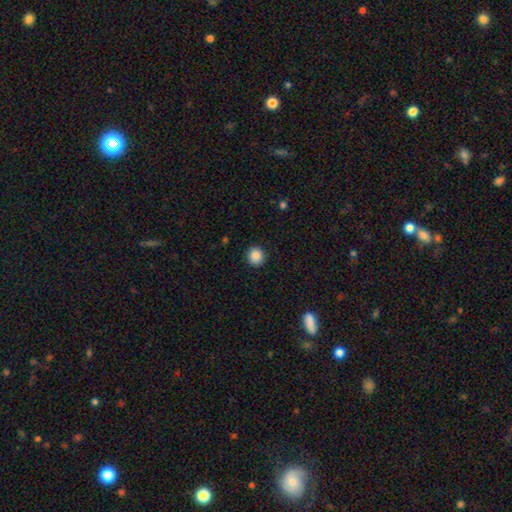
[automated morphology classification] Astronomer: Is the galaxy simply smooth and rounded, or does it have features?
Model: smooth — 88%.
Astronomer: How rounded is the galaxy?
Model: round — 87%.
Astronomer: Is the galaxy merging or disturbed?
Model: none — 91%.